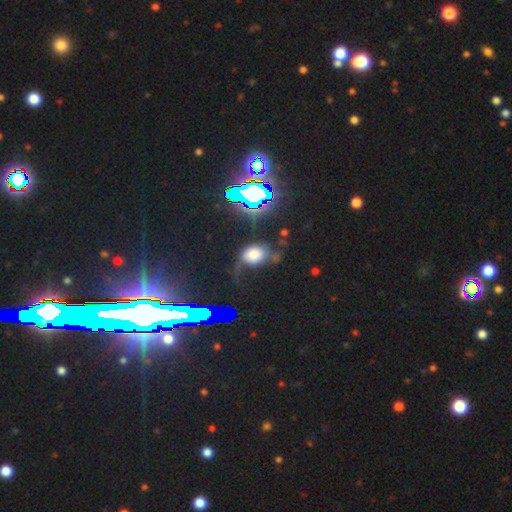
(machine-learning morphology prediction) smooth 53%, star or artifact 25%, featured or disk 22%. Down the decision tree: how rounded — in between (62%); merging — none (38%).